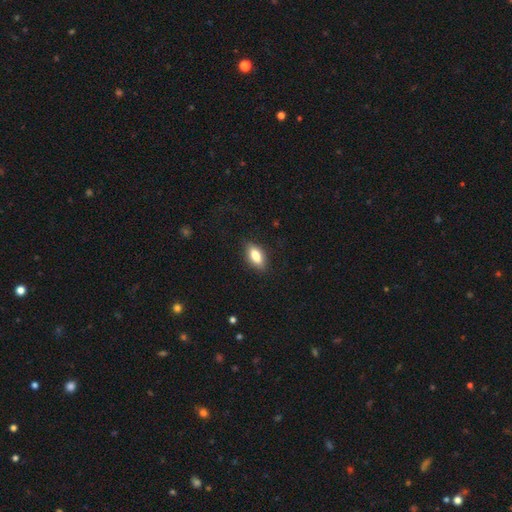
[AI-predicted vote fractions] Smooth or featured? smooth (82%)
How rounded? in between (86%)
Merging? none (85%)